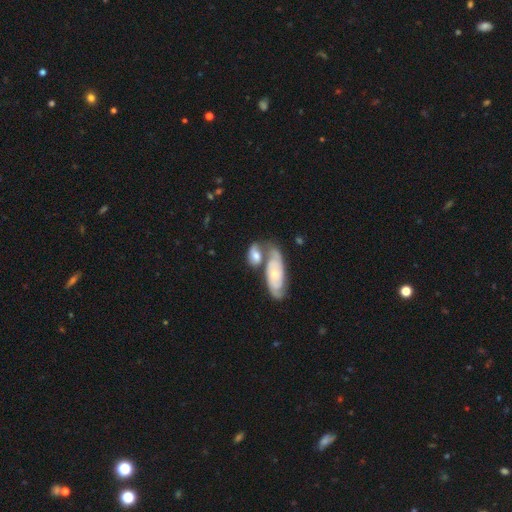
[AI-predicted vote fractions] Overall: featured or disk (47%; smooth 46%). Merging: merger (50%; none 31%).